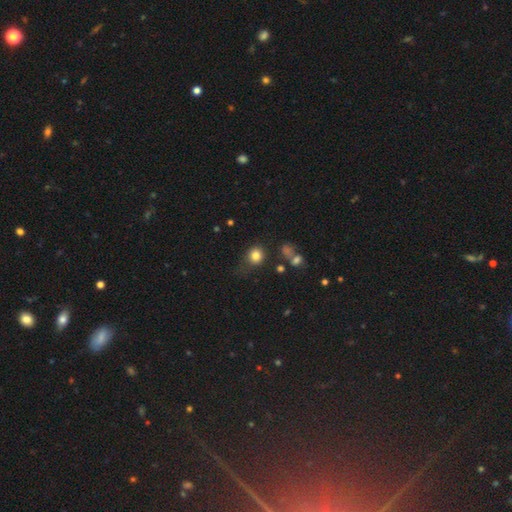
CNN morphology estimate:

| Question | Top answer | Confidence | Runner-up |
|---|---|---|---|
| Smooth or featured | smooth | 81% | star or artifact (12%) |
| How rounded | round | 80% | in between (19%) |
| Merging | none | 67% | minor disturbance (20%) |